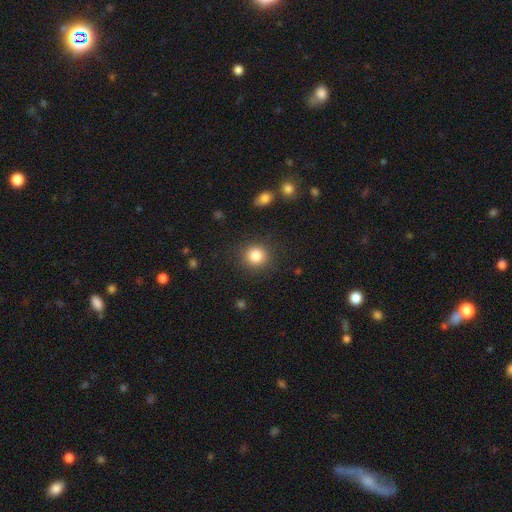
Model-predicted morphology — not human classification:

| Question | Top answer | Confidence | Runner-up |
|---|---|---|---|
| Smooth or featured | smooth | 84% | star or artifact (10%) |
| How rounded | round | 90% | in between (9%) |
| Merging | none | 89% | minor disturbance (7%) |